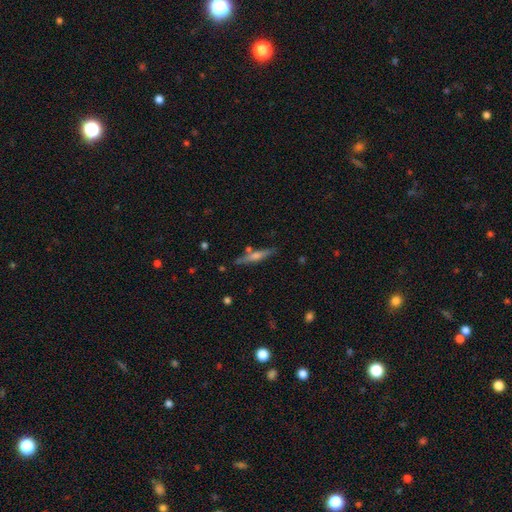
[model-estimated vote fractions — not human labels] Smooth or featured: featured or disk — 64% (smooth — 27%)
Edge-on disk: yes — 95% (no — 5%)
Edge-on bulge: rounded — 77% (none — 15%)
Merging: none — 83% (minor disturbance — 10%)